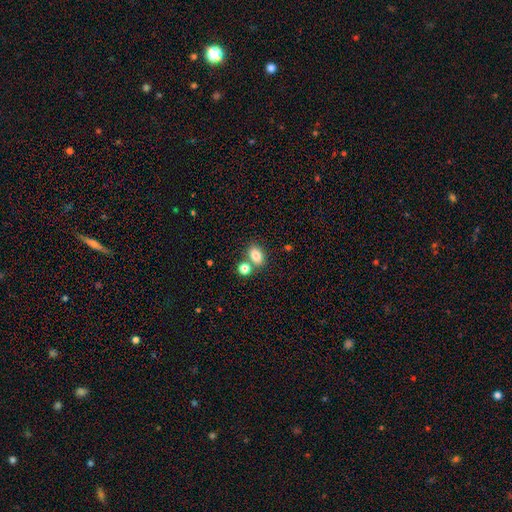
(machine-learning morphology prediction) Smooth or featured? Predicted: smooth (p=0.82). How rounded? Predicted: in between (p=0.79). Merging? Predicted: none (p=0.60).